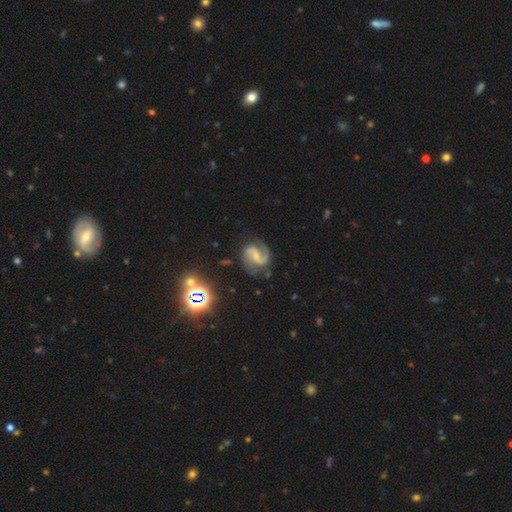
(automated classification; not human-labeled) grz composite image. It shows a featured or disk galaxy (89%) with a weak bar (48%), 2 (92%) medium (60%) spiral arms (98%) and a small central bulge (56%). Merging: none (77%).